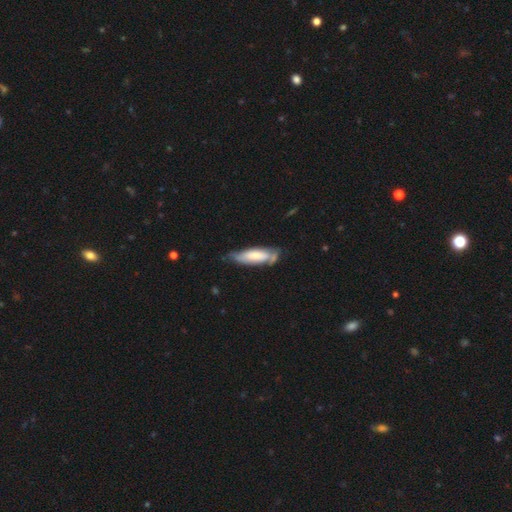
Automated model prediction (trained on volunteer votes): Q: Smooth or featured?
A: smooth (57%); runner-up: featured or disk (37%)
Q: How rounded?
A: in between (50%); runner-up: cigar-shaped (49%)
Q: Merging?
A: none (46%); runner-up: minor disturbance (34%)